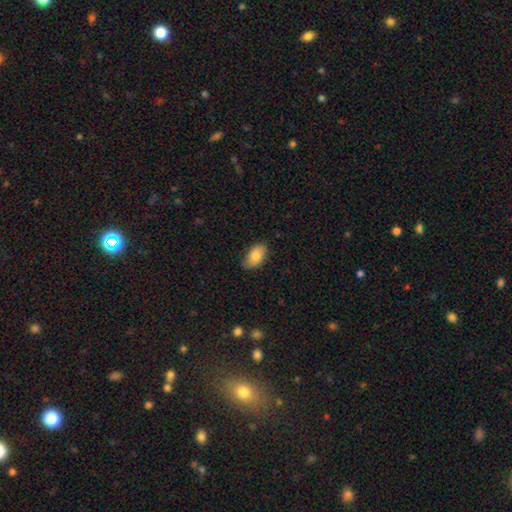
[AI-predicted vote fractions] smooth-or-featured: smooth: 80% | featured or disk: 13% | star or artifact: 7%
  how-rounded: in between: 93% | round: 5% | cigar-shaped: 2%
  merging: none: 80% | minor disturbance: 16% | major disturbance: 3% | merger: 1%